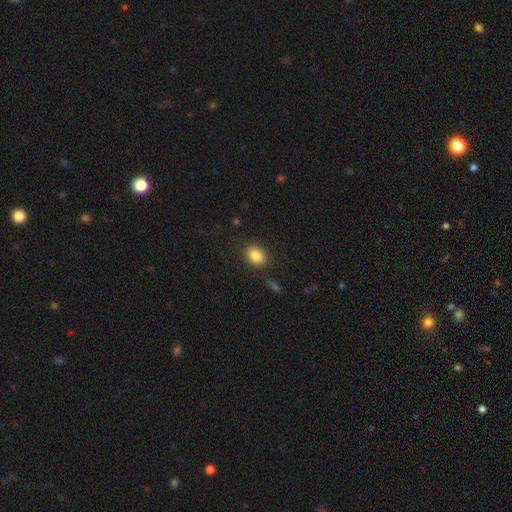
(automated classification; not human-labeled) Morphology: type=smooth (85%); roundness=in between (65%); merging=none (85%).